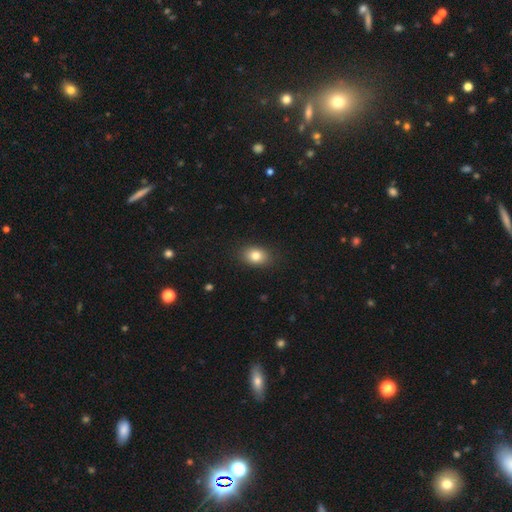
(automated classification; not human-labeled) smooth_or_featured: smooth (p=0.83) [alt: star or artifact p=0.09]
how_rounded: in between (p=0.74) [alt: round p=0.25]
merging: none (p=0.87) [alt: minor disturbance p=0.10]